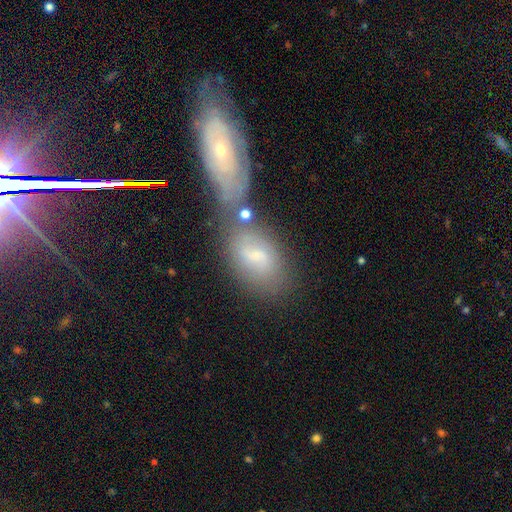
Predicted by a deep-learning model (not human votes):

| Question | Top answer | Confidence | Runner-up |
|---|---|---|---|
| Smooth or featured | smooth | 52% | featured or disk (39%) |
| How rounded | in between | 85% | round (10%) |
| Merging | merger | 40% | none (35%) |